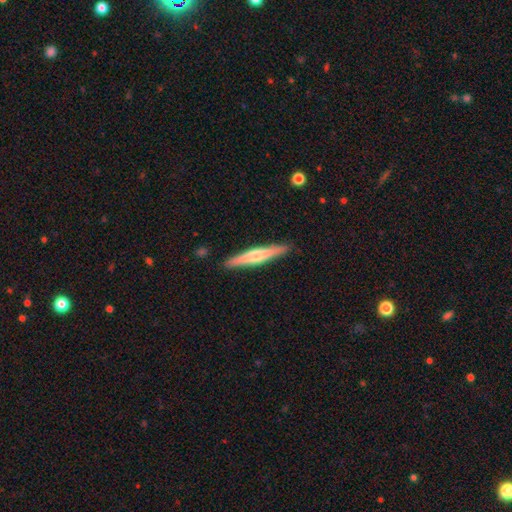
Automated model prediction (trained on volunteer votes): Smooth or featured: featured or disk — 51% (smooth — 44%)
Edge-on disk: yes — 96% (no — 4%)
Merging: none — 90% (minor disturbance — 8%)